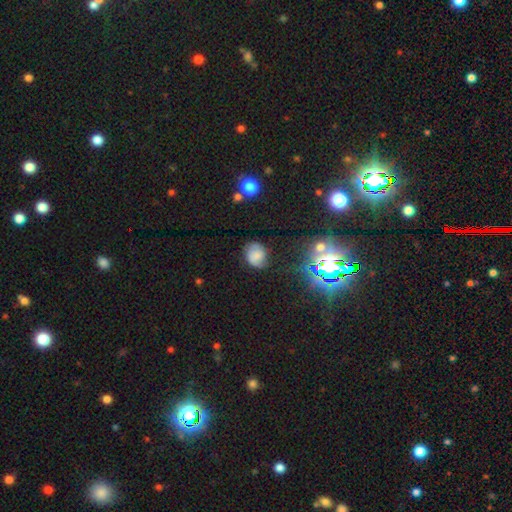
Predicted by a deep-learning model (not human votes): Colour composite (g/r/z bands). It shows a smooth galaxy with no disk features (56%) that is round (59%). Merging: none (69%).